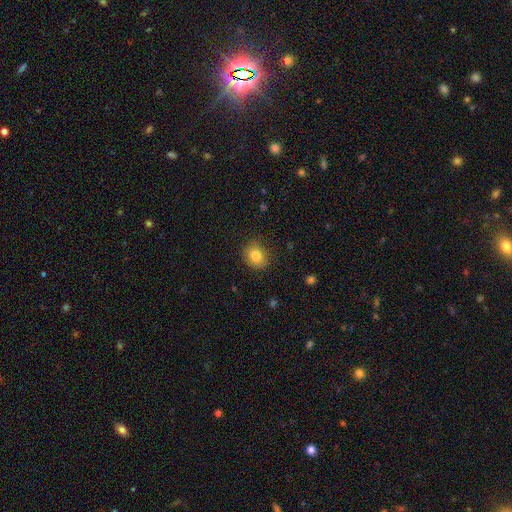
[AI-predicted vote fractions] Smooth or featured? smooth (82%)
How rounded? round (65%)
Merging? none (83%)